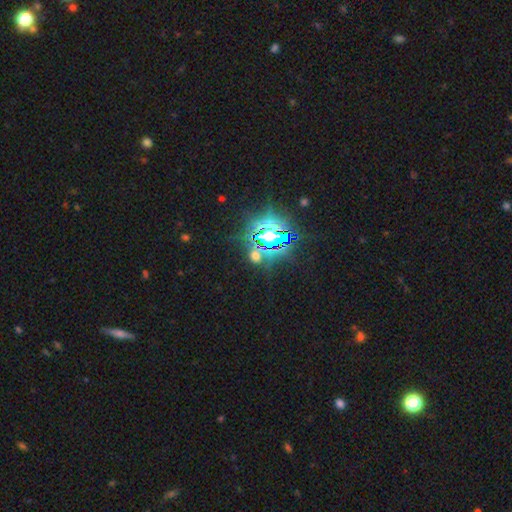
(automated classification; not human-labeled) Smooth or featured? star or artifact (69%)